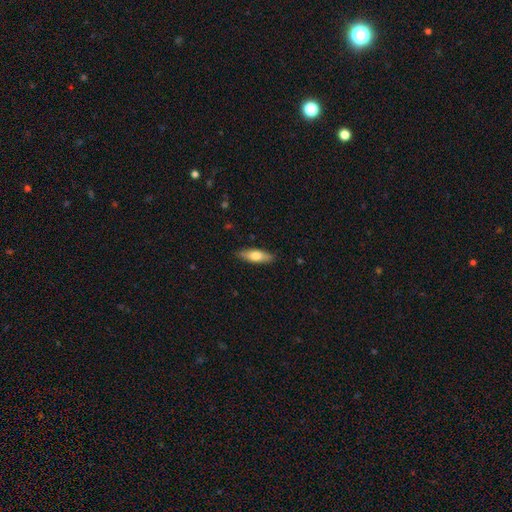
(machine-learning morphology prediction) This appears to be a smooth galaxy with no disk features (68%) that is in between round and cigar-shaped (53%). Merging: none (86%).